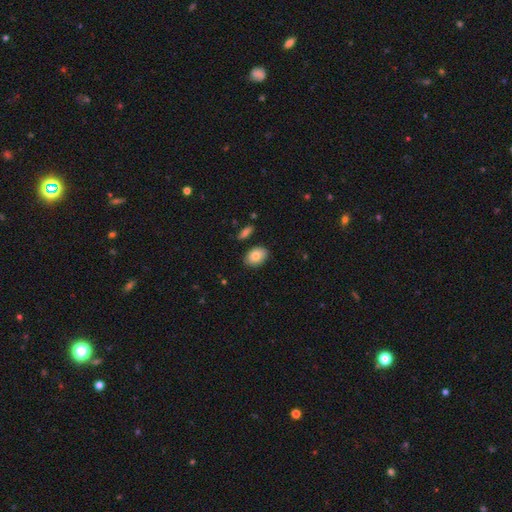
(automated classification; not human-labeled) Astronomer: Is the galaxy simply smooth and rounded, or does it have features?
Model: smooth — 80%.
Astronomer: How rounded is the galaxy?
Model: in between — 81%.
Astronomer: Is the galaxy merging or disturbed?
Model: none — 83%.